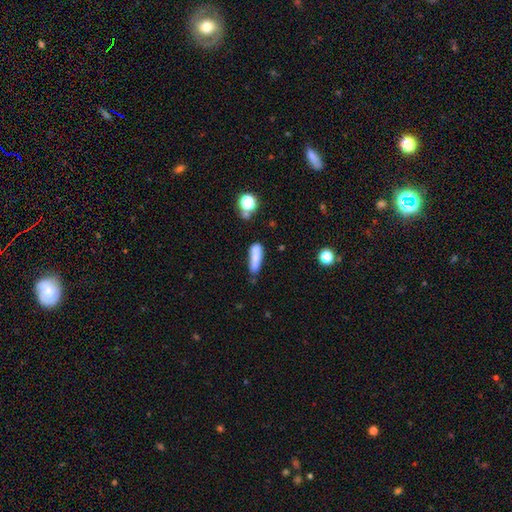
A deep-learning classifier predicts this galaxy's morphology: smooth 71%, featured or disk 18%, star or artifact 11%. Down the decision tree: how rounded — cigar-shaped (52%); merging — none (42%).